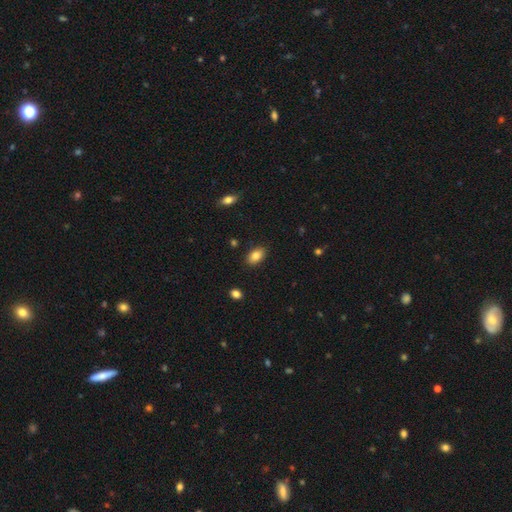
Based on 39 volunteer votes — This is clearly a smooth galaxy (95%). How rounded: clearly in between (89%). Merging: clearly none (82%).